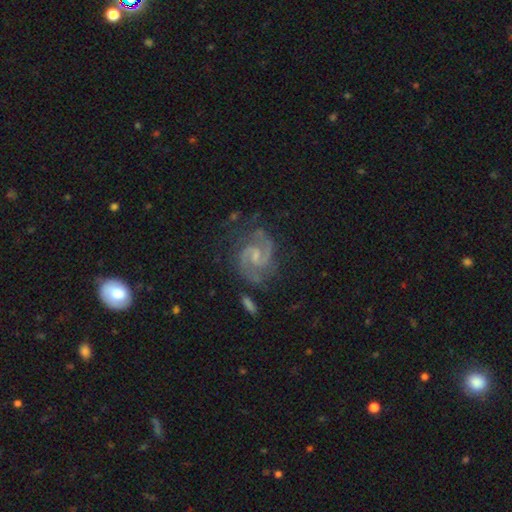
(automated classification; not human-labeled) A featured or disk galaxy (91%) with a weak bar (57%), 2 (93%) medium (61%) spiral arms (98%) and a small central bulge (56%). Merging: none (71%).